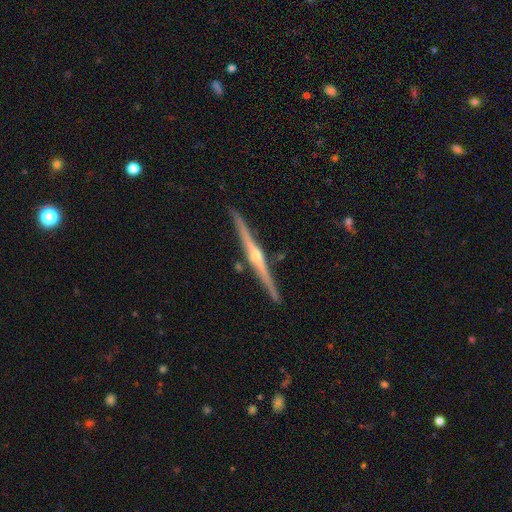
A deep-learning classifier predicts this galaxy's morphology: smooth_or_featured: featured or disk (p=0.85) [alt: smooth p=0.10]
disk_edge_on: yes (p=0.98) [alt: no p=0.02]
edge_on_bulge: rounded (p=0.90) [alt: none p=0.07]
merging: none (p=0.89) [alt: minor disturbance p=0.08]